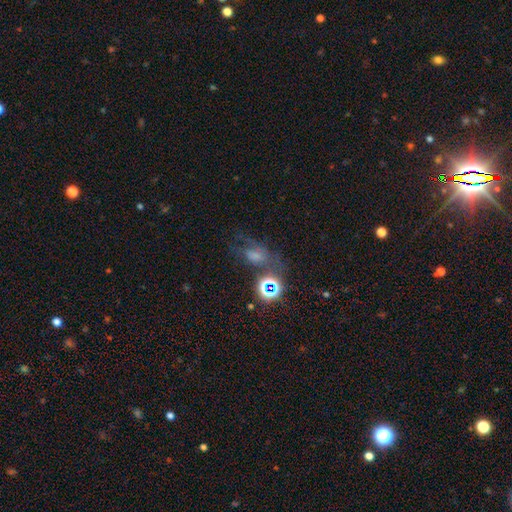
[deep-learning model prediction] This appears to be a smooth galaxy with no disk features (49%). Merging: none (40%).